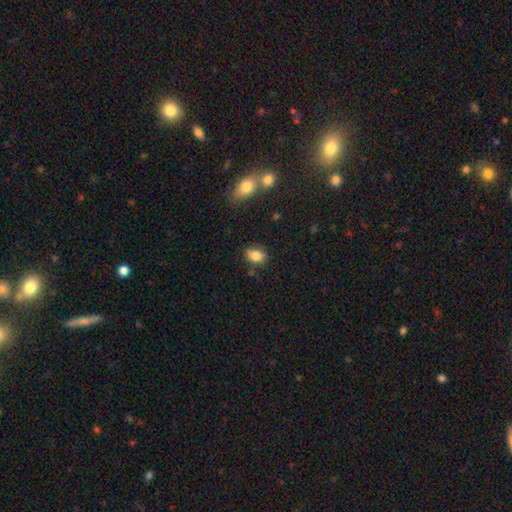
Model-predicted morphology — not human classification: This is clearly a smooth galaxy (84%). How rounded: likely in between (69%). Merging: likely none (80%).